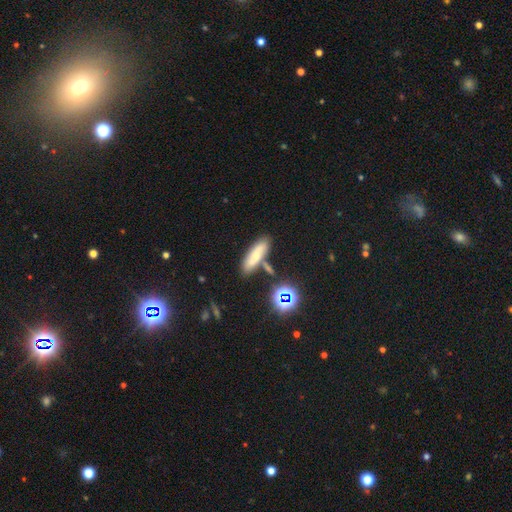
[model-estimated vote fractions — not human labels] This is likely a smooth galaxy (64%). How rounded: possibly cigar-shaped (50%). Merging: likely none (68%).